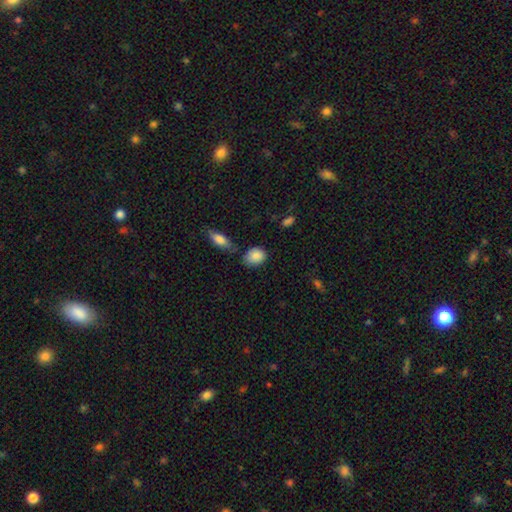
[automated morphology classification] A smooth galaxy with no disk features (87%) that is in between round and cigar-shaped (60%). Merging: none (66%).